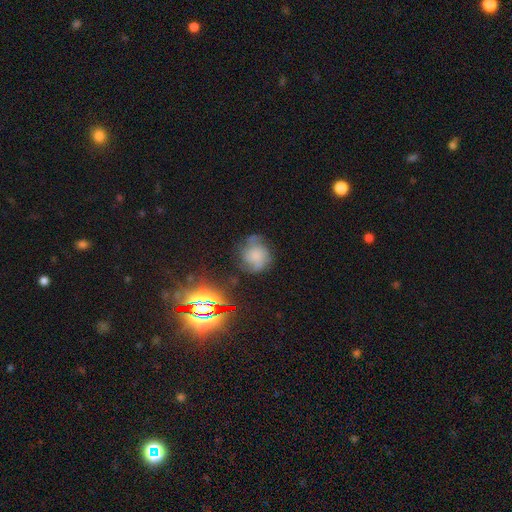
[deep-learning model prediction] featured or disk 50%, smooth 35%, star or artifact 15%. Down the decision tree: merging — none (57%).